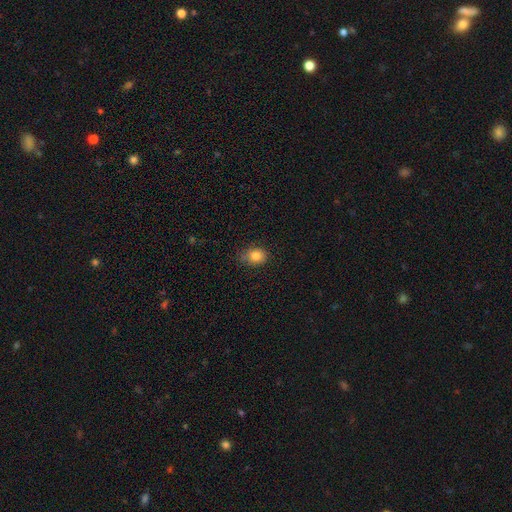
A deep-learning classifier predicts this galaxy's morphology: A smooth galaxy with no disk features (83%) that is round (54%).

Vote fractions:
- Smooth or featured? smooth: 83% / star or artifact: 11% / featured or disk: 6%
- How rounded? round: 54% / in between: 45% / cigar-shaped: 1%
- Merging? none: 74% / minor disturbance: 21% / major disturbance: 4% / merger: 1%